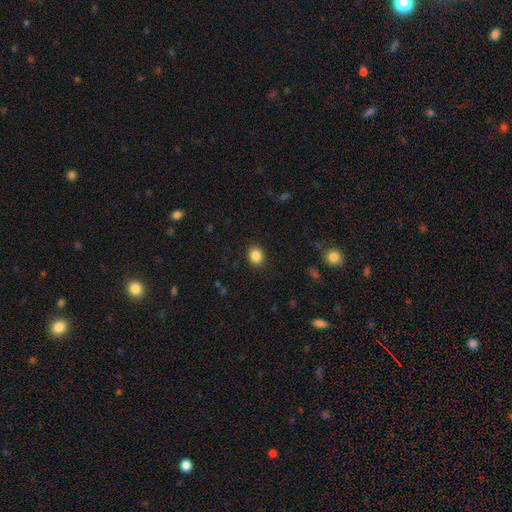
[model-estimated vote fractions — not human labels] Smooth or featured: smooth — 86% (star or artifact — 10%)
How rounded: round — 65% (in between — 34%)
Merging: none — 90% (minor disturbance — 7%)